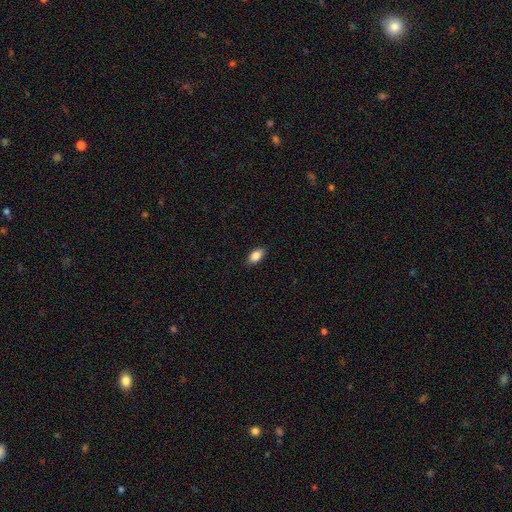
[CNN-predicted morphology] Q: Smooth or featured?
A: smooth (85%); runner-up: star or artifact (8%)
Q: How rounded?
A: in between (90%); runner-up: round (5%)
Q: Merging?
A: none (88%); runner-up: minor disturbance (9%)